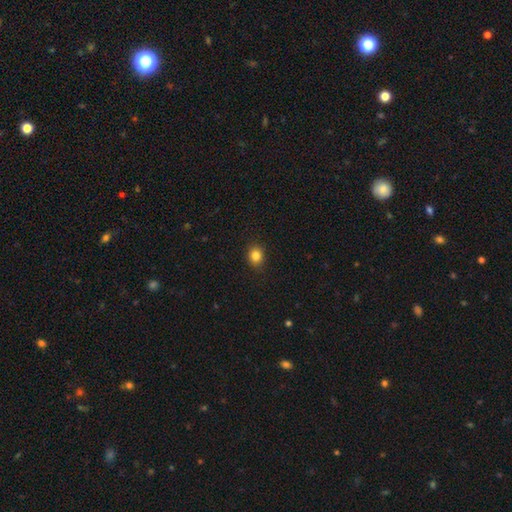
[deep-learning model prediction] Smooth or featured? Predicted: smooth (p=0.84). How rounded? Predicted: round (p=0.70). Merging? Predicted: none (p=0.90).